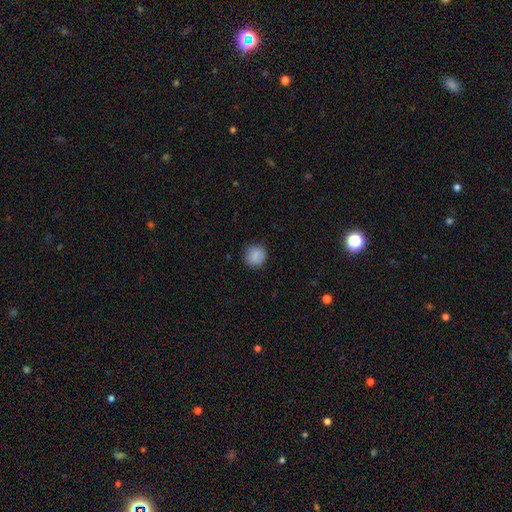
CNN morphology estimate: This is clearly a smooth galaxy (87%). How rounded: clearly round (91%). Merging: clearly none (88%).